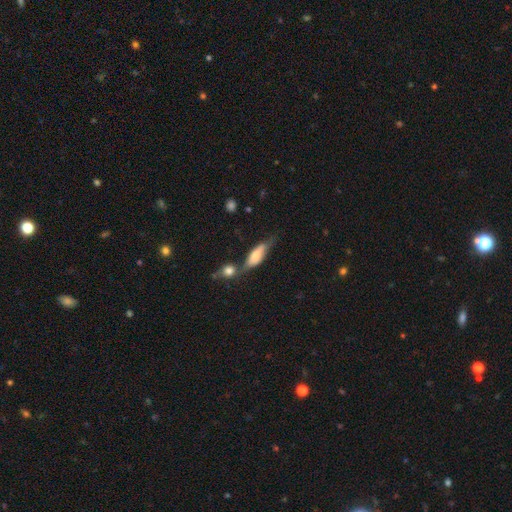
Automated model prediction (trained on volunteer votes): smooth-or-featured: smooth: 51% | featured or disk: 42% | star or artifact: 7%
  how-rounded: in between: 63% | cigar-shaped: 33% | round: 4%
  merging: none: 37% | merger: 35% | minor disturbance: 19% | major disturbance: 10%